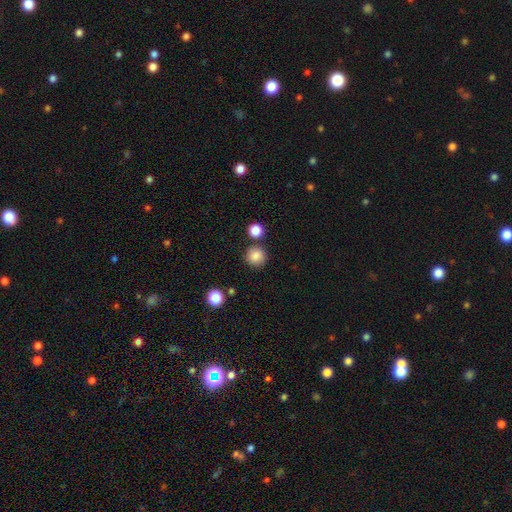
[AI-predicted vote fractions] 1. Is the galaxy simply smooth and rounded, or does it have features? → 86% smooth, 10% star or artifact, 4% featured or disk.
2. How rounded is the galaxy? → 93% round, 6% in between, 1% cigar-shaped.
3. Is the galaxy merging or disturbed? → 84% none, 8% minor disturbance, 6% merger, 2% major disturbance.